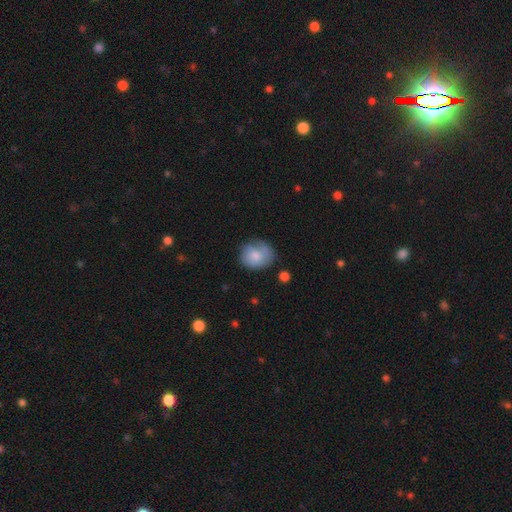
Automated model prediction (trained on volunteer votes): Smooth or featured?
  - smooth: 73% *
  - featured or disk: 20%
  - star or artifact: 7%
How rounded?
  - round: 65% *
  - in between: 34%
  - cigar-shaped: 1%
Merging?
  - none: 55% *
  - minor disturbance: 29%
  - major disturbance: 12%
  - merger: 4%